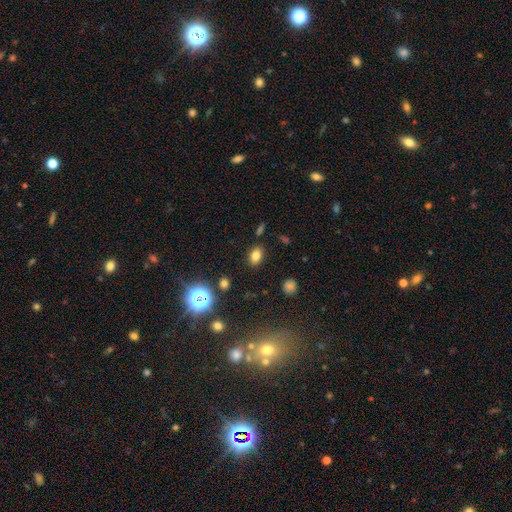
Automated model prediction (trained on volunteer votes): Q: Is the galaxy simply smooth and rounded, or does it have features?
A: smooth — 78%.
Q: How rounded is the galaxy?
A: in between — 82%.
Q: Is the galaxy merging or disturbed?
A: none — 85%.